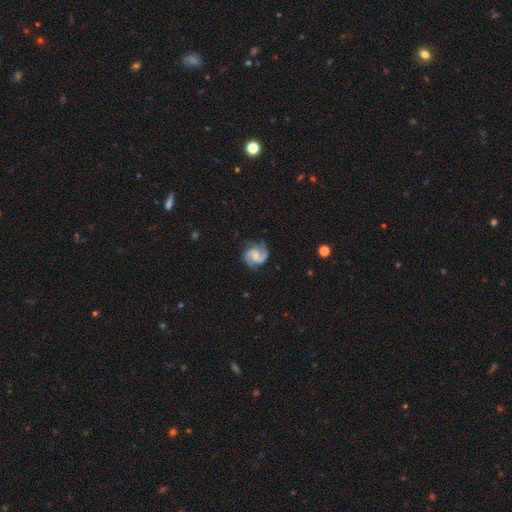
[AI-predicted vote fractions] Smooth or featured? Predicted: featured or disk (p=0.85). Edge-on disk? Predicted: no (p=0.98). Bar? Predicted: no (p=0.50). Spiral arms? Predicted: yes (p=0.98). Spiral winding? Predicted: medium (p=0.51). Spiral arm count? Predicted: 2 (p=0.83). Bulge size? Predicted: small (p=0.43). Merging? Predicted: none (p=0.77).